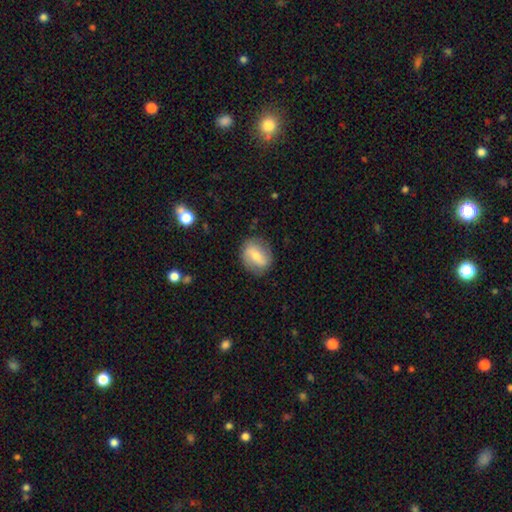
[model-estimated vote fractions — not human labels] Smooth or featured? Predicted: smooth (p=0.53). How rounded? Predicted: in between (p=0.50). Merging? Predicted: none (p=0.81).